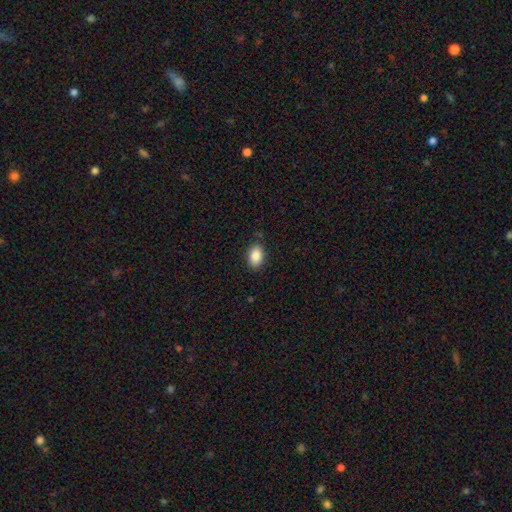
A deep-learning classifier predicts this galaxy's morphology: The model was most divided on "merging": none: 84%, minor disturbance: 12%, major disturbance: 3%, merger: 1%. More confident: how rounded — in between (88%); smooth or featured — smooth (87%).